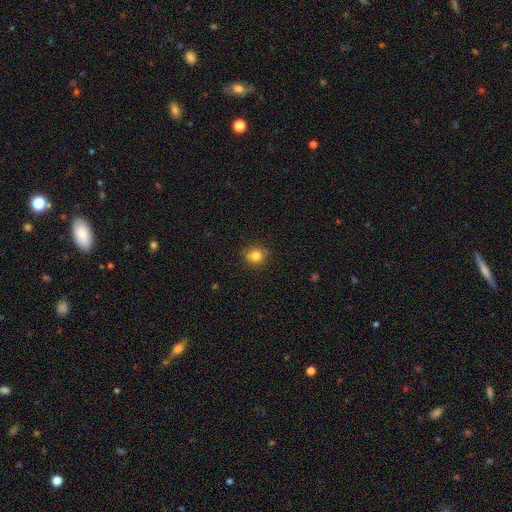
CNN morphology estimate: type=smooth (78%); roundness=round (81%); merging=none (76%).